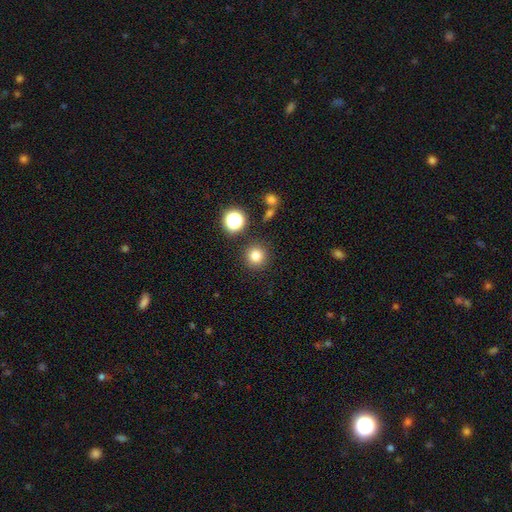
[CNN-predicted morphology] Smooth or featured?
  - smooth: 80% *
  - star or artifact: 14%
  - featured or disk: 6%
How rounded?
  - round: 94% *
  - in between: 5%
  - cigar-shaped: 1%
Merging?
  - none: 88% *
  - minor disturbance: 6%
  - merger: 3%
  - major disturbance: 3%